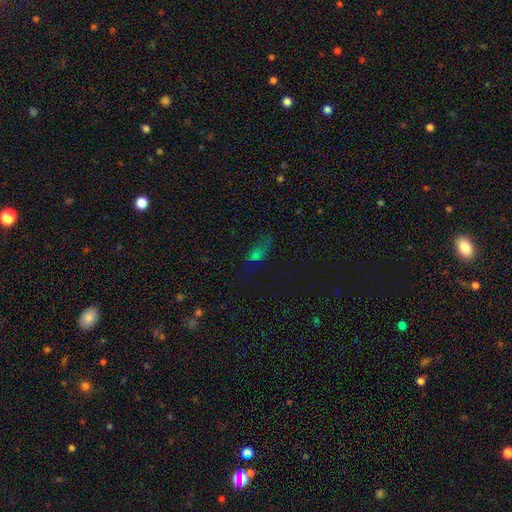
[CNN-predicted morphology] The model was most divided on "smooth or featured": smooth: 45%, star or artifact: 37%, featured or disk: 18%. Remaining: merging — none (43%).